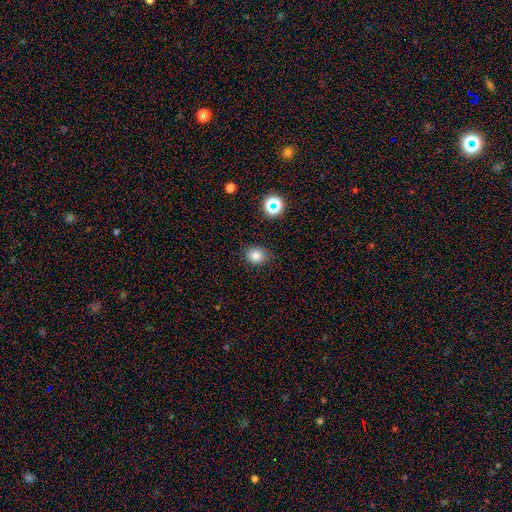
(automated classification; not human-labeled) Smooth or featured: smooth — 80% (star or artifact — 14%)
How rounded: round — 69% (in between — 30%)
Merging: none — 80% (minor disturbance — 14%)